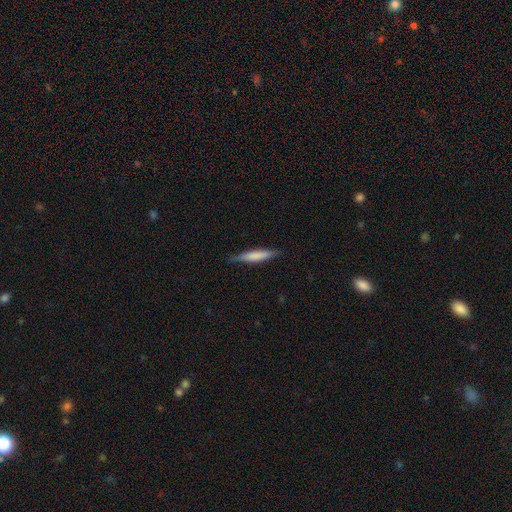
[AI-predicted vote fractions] A smooth galaxy with no disk features (68%) that is cigar-shaped (88%).

Vote fractions:
- Smooth or featured? smooth: 68% / featured or disk: 27% / star or artifact: 6%
- How rounded? cigar-shaped: 88% / in between: 11% / round: 1%
- Merging? none: 83% / minor disturbance: 13% / major disturbance: 2% / merger: 1%